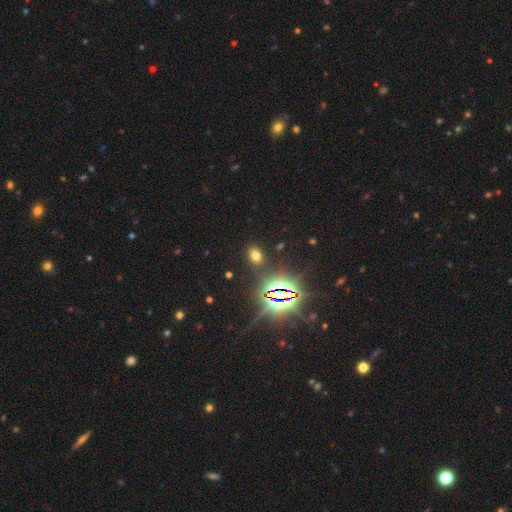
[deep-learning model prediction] Smooth or featured: smooth — 54% (star or artifact — 37%)
How rounded: in between — 72% (round — 26%)
Merging: none — 86% (minor disturbance — 8%)